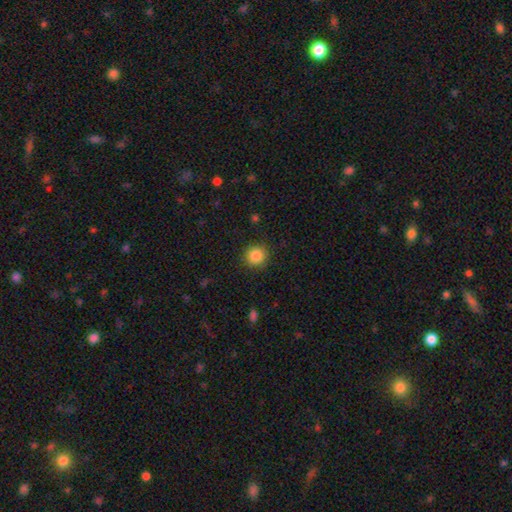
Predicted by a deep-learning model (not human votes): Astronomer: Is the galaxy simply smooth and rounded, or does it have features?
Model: smooth — 86%.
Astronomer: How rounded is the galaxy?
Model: round — 93%.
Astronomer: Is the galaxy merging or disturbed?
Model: none — 89%.